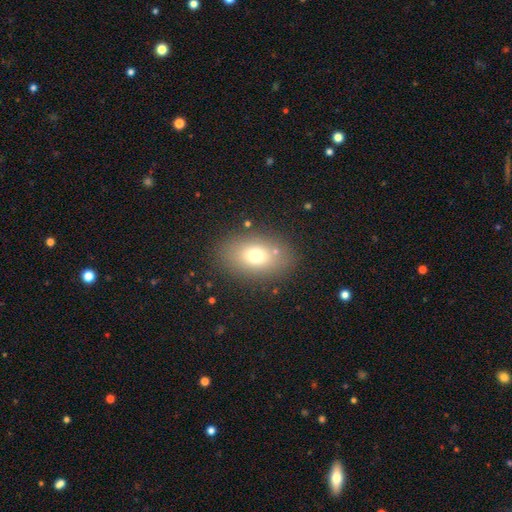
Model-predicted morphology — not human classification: Smooth or featured? smooth (72%)
How rounded? in between (83%)
Merging? none (82%)